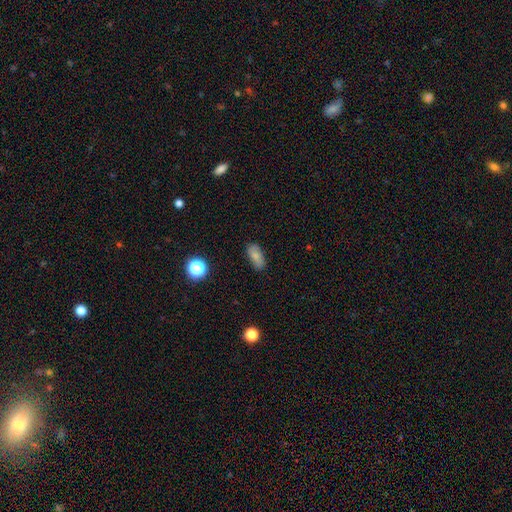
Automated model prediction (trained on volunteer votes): This appears to be a smooth galaxy with no disk features (76%) that is in between round and cigar-shaped (86%). Merging: none (80%).